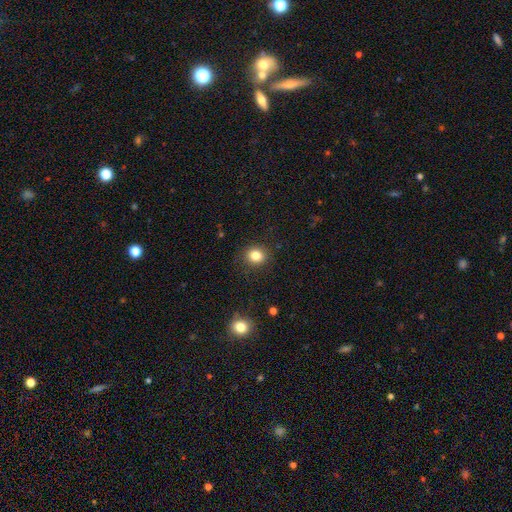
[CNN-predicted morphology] A smooth galaxy with no disk features (83%) that is round (75%).

Vote fractions:
- Smooth or featured? smooth: 83% / star or artifact: 11% / featured or disk: 6%
- How rounded? round: 75% / in between: 24% / cigar-shaped: 1%
- Merging? none: 89% / minor disturbance: 8% / major disturbance: 2% / merger: 1%